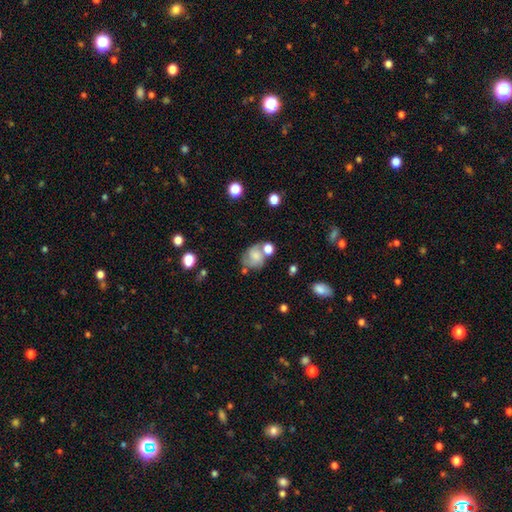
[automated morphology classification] A smooth galaxy with no disk features (52%) that is round (59%).

Vote fractions:
- Smooth or featured? smooth: 52% / featured or disk: 37% / star or artifact: 11%
- How rounded? round: 59% / in between: 40% / cigar-shaped: 1%
- Merging? none: 44% / merger: 23% / minor disturbance: 21% / major disturbance: 12%